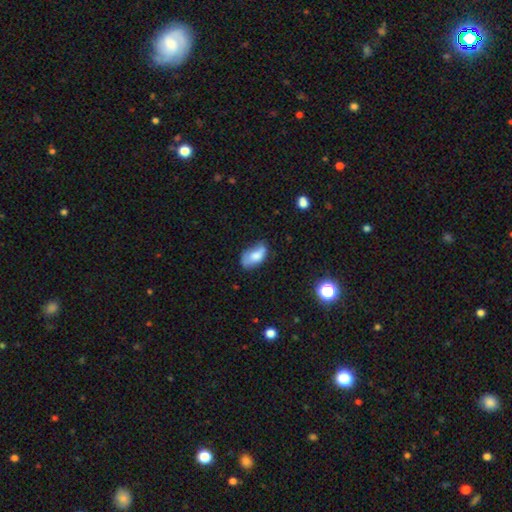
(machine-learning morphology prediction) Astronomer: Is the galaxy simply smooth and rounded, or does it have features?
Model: smooth — 71%.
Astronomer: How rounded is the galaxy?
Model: in between — 92%.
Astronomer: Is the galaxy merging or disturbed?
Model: none — 46% (runner-up: minor disturbance, 36%).